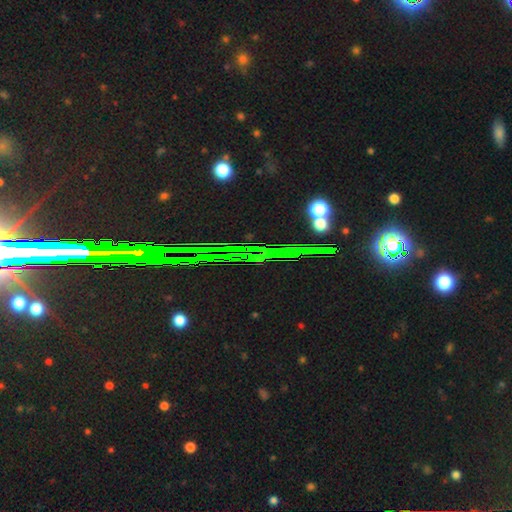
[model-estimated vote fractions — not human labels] A star or artifact, not a galaxy (82%).

Vote fractions:
- Smooth or featured? star or artifact: 82% / featured or disk: 9% / smooth: 9%